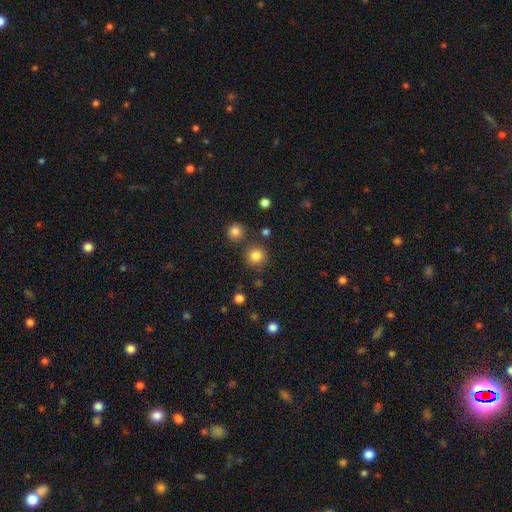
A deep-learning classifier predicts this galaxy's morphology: This is clearly a smooth galaxy (84%). How rounded: clearly round (93%). Merging: clearly none (83%).